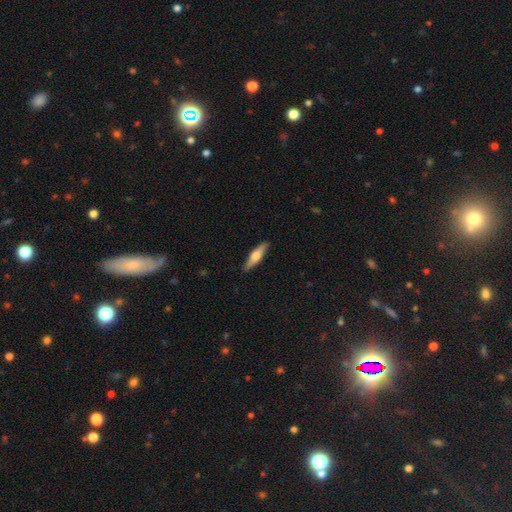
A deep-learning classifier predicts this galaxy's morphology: smooth 51%, featured or disk 43%, star or artifact 5%. Down the decision tree: how rounded — cigar-shaped (76%); merging — none (89%).